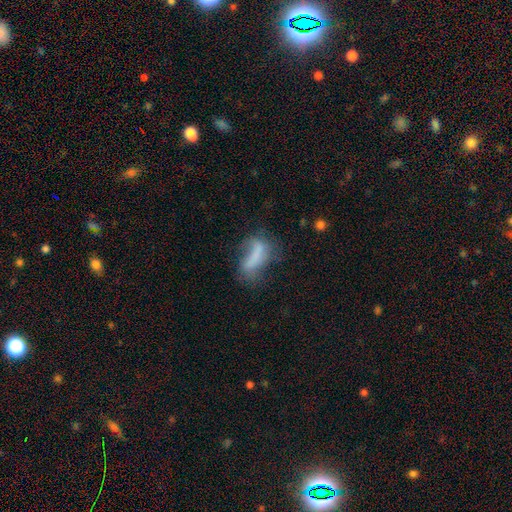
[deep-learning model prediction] Smooth or featured: smooth — 58% (featured or disk — 31%)
How rounded: in between — 65% (cigar-shaped — 30%)
Merging: major disturbance — 35% (none — 31%)